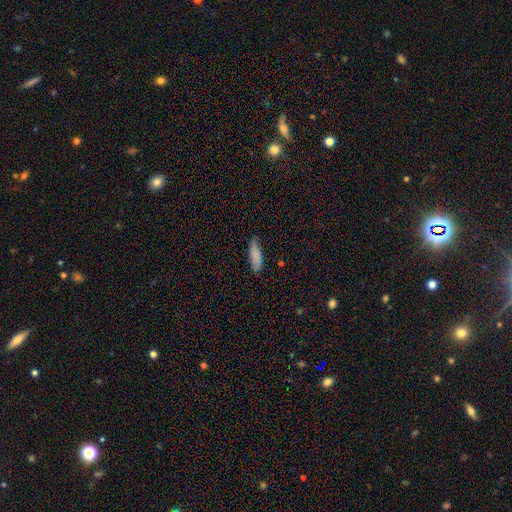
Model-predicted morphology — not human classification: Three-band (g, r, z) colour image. It shows a smooth galaxy with no disk features (85%) that is in between round and cigar-shaped (57%). Merging: none (70%).